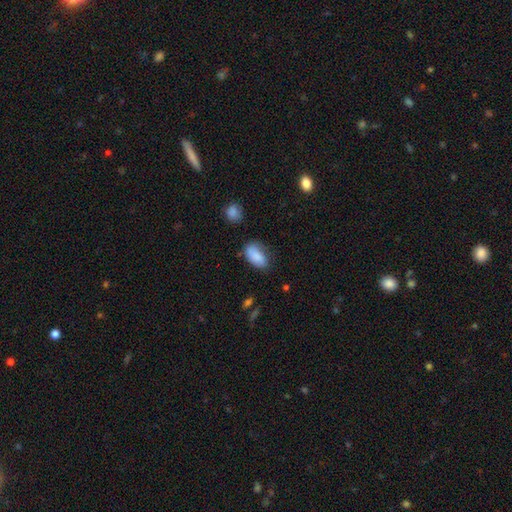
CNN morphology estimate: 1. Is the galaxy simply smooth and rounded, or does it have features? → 86% smooth, 7% star or artifact, 7% featured or disk.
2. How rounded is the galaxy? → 93% in between, 4% cigar-shaped, 4% round.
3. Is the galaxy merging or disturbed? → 63% none, 27% minor disturbance, 7% major disturbance, 4% merger.